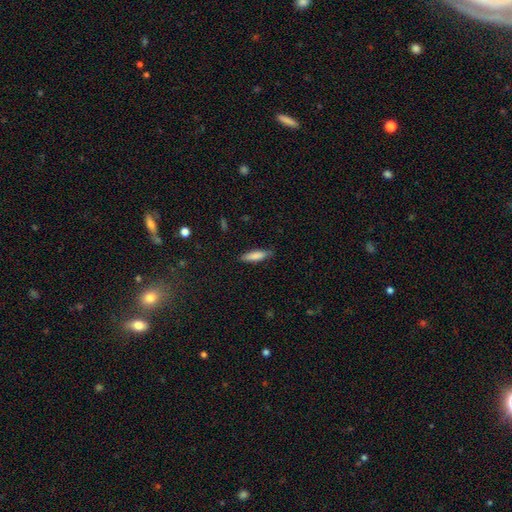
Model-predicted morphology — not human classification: Overall: smooth (82%). How rounded: cigar-shaped (65%; in between 33%). Merging: none (82%).